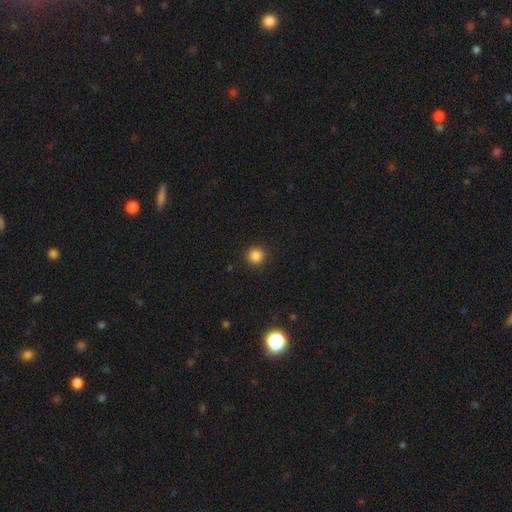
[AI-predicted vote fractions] Overall: smooth (85%). How rounded: round (95%). Merging: none (92%).